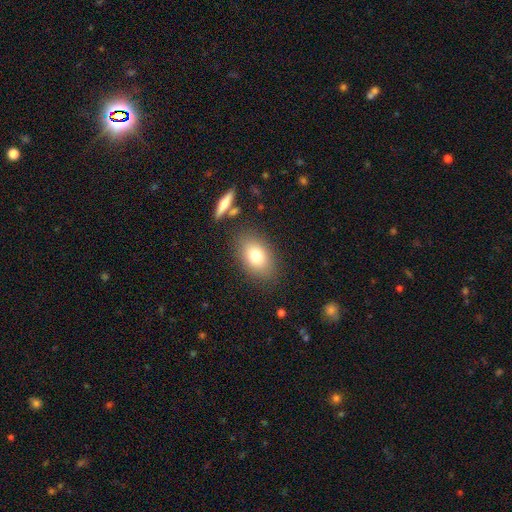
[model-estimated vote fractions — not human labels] Smooth or featured?
  - smooth: 77% *
  - featured or disk: 14%
  - star or artifact: 9%
How rounded?
  - in between: 82% *
  - round: 16%
  - cigar-shaped: 2%
Merging?
  - none: 81% *
  - minor disturbance: 11%
  - major disturbance: 4%
  - merger: 3%